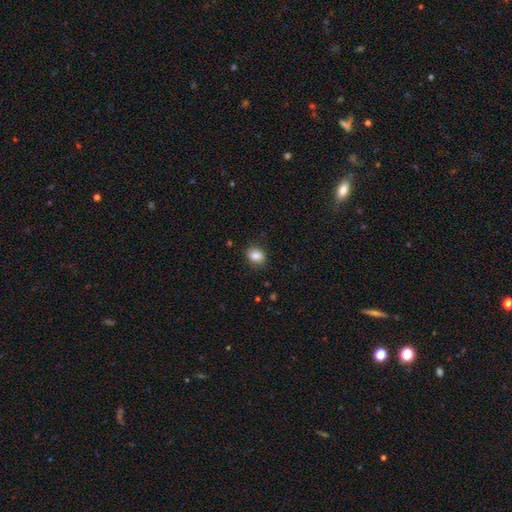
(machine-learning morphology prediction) smooth 85%, star or artifact 9%, featured or disk 6%. Down the decision tree: how rounded — in between (62%); merging — none (80%).